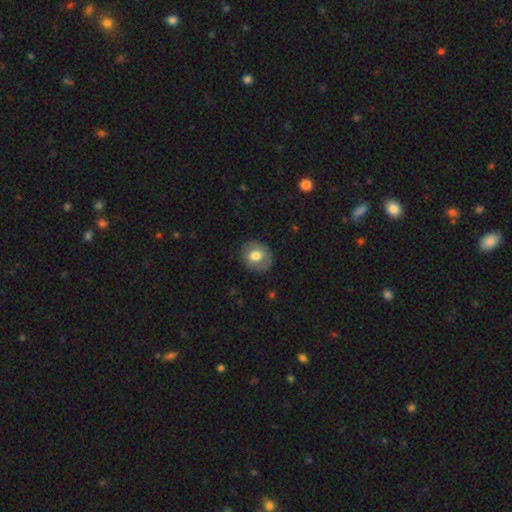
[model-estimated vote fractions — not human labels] Q: Smooth or featured?
A: smooth (68%); runner-up: featured or disk (25%)
Q: How rounded?
A: round (70%); runner-up: in between (29%)
Q: Merging?
A: none (84%); runner-up: minor disturbance (12%)